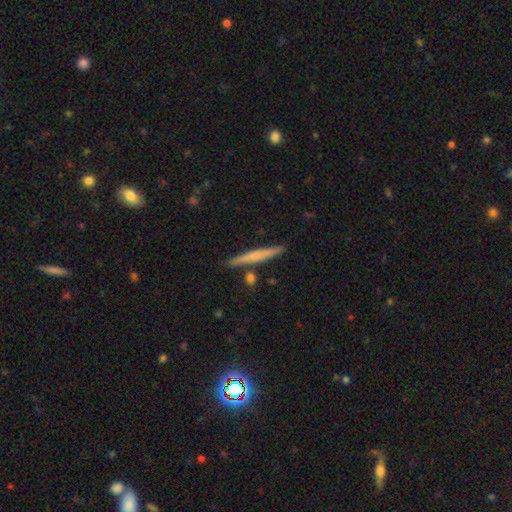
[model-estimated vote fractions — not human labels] Smooth or featured: smooth — 48% (featured or disk — 46%)
Merging: none — 85% (minor disturbance — 9%)